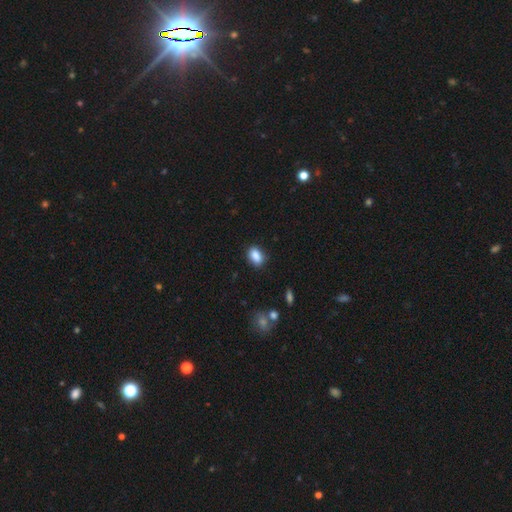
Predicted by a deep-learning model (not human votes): Smooth or featured: smooth — 87% (star or artifact — 8%)
How rounded: in between — 82% (round — 15%)
Merging: none — 81% (minor disturbance — 14%)